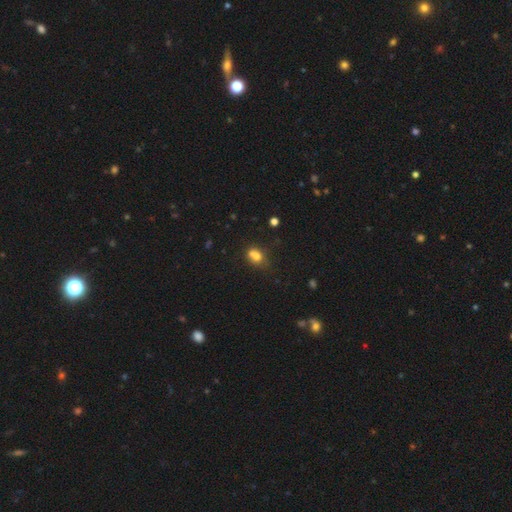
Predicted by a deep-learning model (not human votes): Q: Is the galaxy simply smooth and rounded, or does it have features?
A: smooth — 72%.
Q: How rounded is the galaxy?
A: in between — 52%.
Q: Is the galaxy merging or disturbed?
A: merger — 40%.